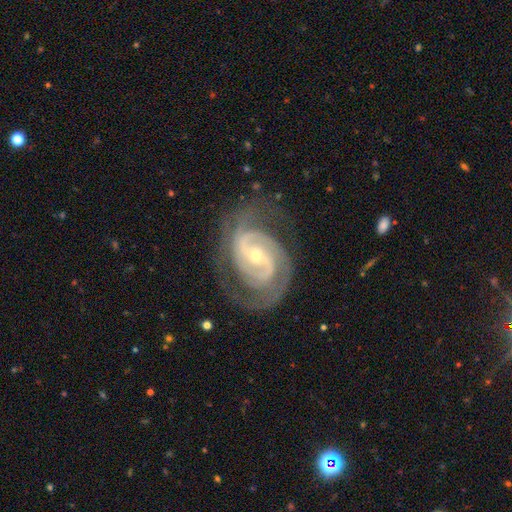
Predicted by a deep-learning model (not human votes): smooth-or-featured: featured or disk: 91% | star or artifact: 5% | smooth: 4%
  disk-edge-on: no: 97% | yes: 3%
    bar: weak: 44% | no: 30% | strong: 26%
    has-spiral-arms: yes: 98% | no: 2%
      spiral-winding: tight: 54% | medium: 39% | loose: 7%
      spiral-arm-count: 2: 67% | 3: 14% | can't tell: 10% | 4: 3% | 1: 3% | more than 4: 3%
    bulge-size: small: 59% | moderate: 38% | large: 2% | none: 1% | dominant: 1%
  merging: none: 69% | minor disturbance: 18% | major disturbance: 11% | merger: 1%